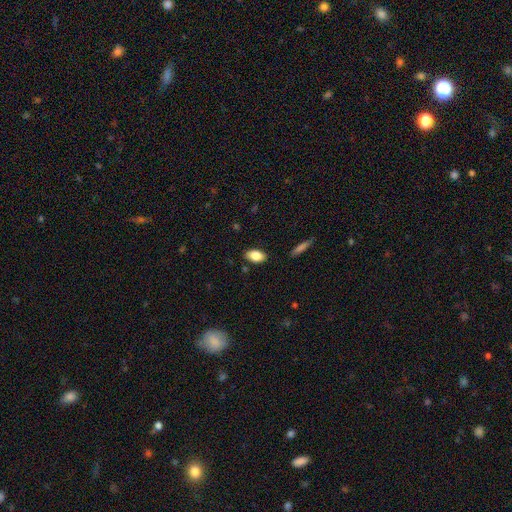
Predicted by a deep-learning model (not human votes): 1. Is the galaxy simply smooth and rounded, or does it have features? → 84% smooth, 8% featured or disk, 7% star or artifact.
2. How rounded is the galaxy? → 92% in between, 5% round, 3% cigar-shaped.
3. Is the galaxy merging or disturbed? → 84% none, 12% minor disturbance, 2% major disturbance, 2% merger.